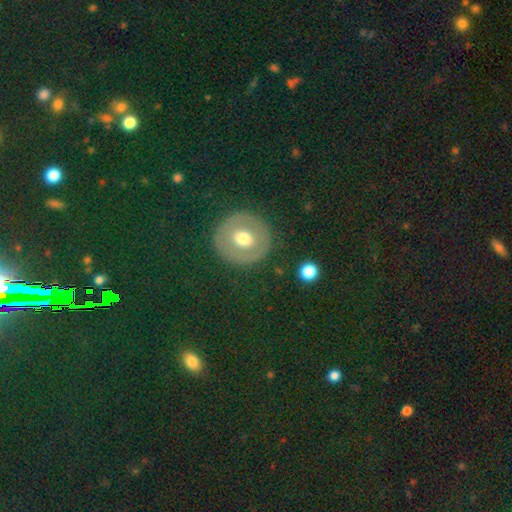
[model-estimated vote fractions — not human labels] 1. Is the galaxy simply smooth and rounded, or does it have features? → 49% smooth, 27% star or artifact, 24% featured or disk.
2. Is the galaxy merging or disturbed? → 90% none, 6% minor disturbance, 2% major disturbance, 1% merger.